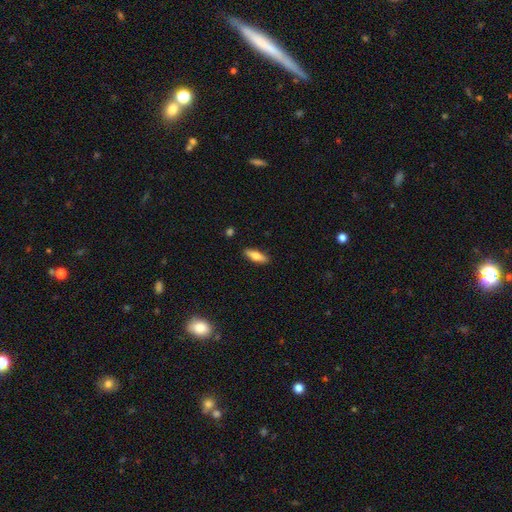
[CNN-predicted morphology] Smooth or featured? Predicted: smooth (p=0.68). How rounded? Predicted: in between (p=0.50). Merging? Predicted: none (p=0.87).